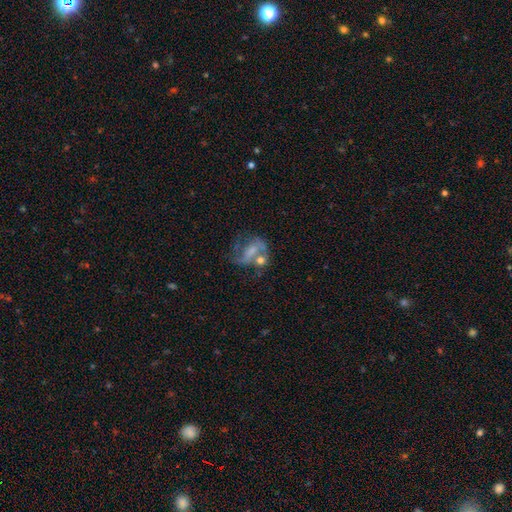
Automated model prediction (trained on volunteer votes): Overall: featured or disk (61%; smooth 27%). Edge-on disk: no (96%). Bar: no (46%; weak 36%). Spiral arms: yes (65%; no 35%). Bulge size: moderate (33%; small 32%). Merging: none (31%; merger 26%).